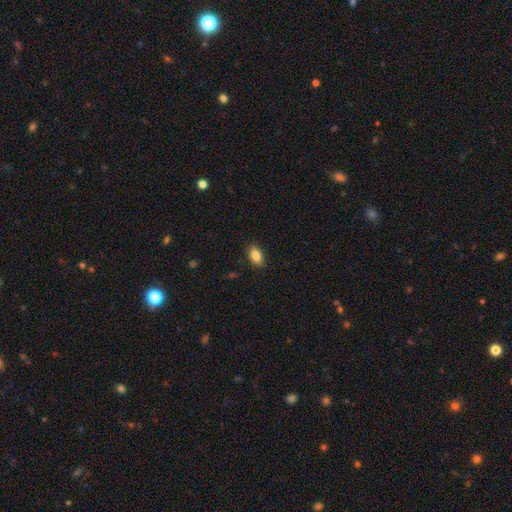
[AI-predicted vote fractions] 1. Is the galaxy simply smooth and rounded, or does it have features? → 85% smooth, 8% star or artifact, 7% featured or disk.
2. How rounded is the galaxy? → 89% in between, 7% round, 3% cigar-shaped.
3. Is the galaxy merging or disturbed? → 88% none, 9% minor disturbance, 2% major disturbance, 1% merger.